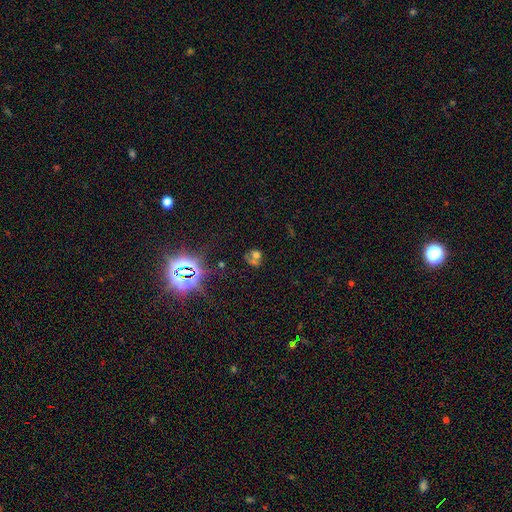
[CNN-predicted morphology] This is possibly a smooth galaxy (48%). Merging: marginally merger (43%).